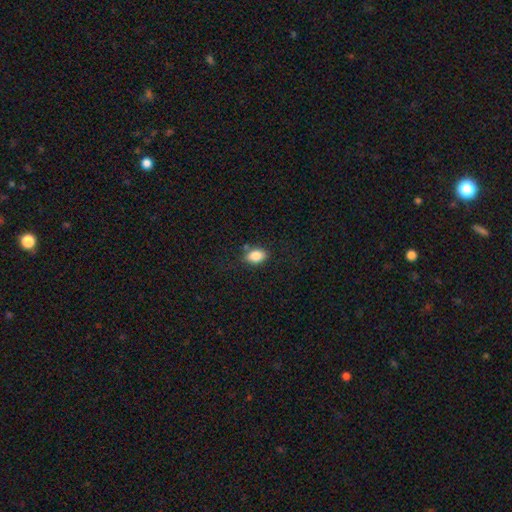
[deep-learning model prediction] This appears to be a smooth galaxy with no disk features (85%) that is in between round and cigar-shaped (82%). Merging: none (77%).